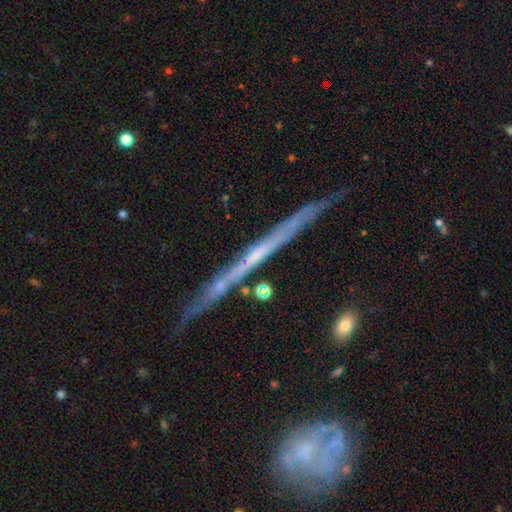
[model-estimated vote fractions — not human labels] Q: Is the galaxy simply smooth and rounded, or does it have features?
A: featured or disk — 74%.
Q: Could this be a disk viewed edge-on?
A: yes — 95%.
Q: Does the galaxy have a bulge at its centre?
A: none — 78%.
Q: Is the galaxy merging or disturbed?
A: none — 80%.